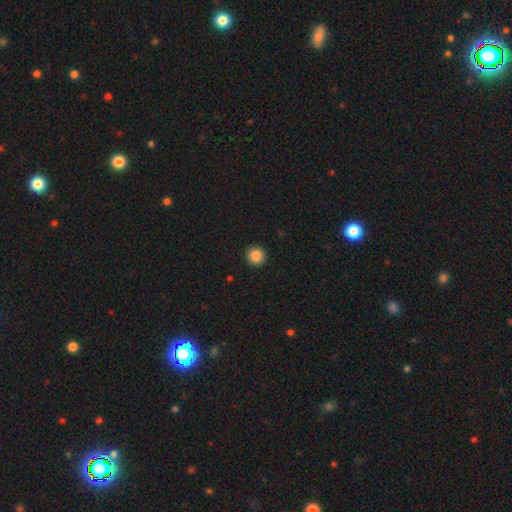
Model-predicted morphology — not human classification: smooth 86%, star or artifact 10%, featured or disk 4%. Down the decision tree: how rounded — round (95%); merging — none (94%).